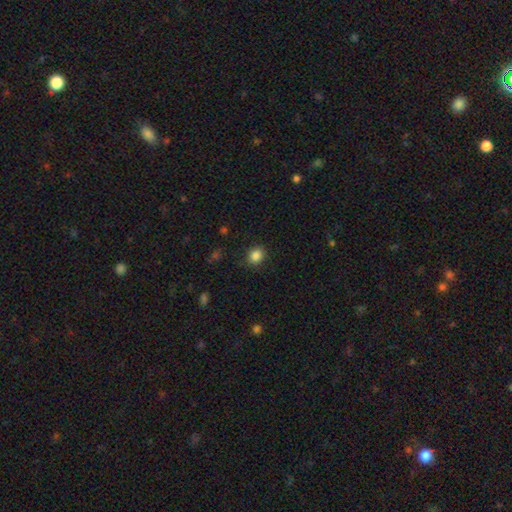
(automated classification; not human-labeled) A smooth galaxy with no disk features (86%) that is round (73%). Merging: none (88%).